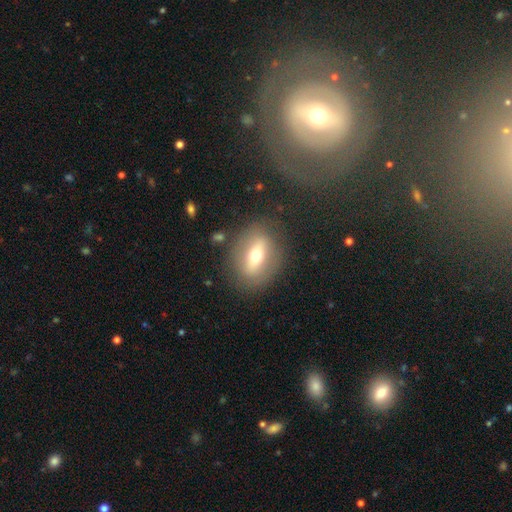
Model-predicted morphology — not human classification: A featured or disk galaxy (47%). Merging: none (82%).